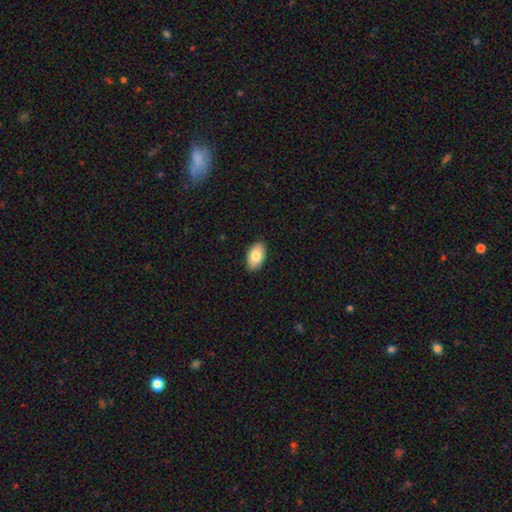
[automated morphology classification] This appears to be a smooth galaxy with no disk features (83%) that is in between round and cigar-shaped (95%). Merging: none (89%).